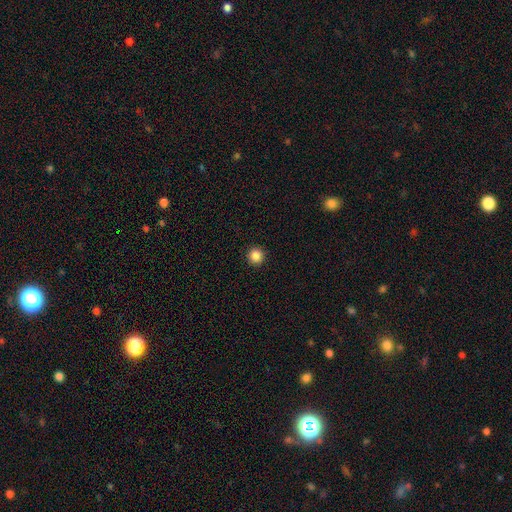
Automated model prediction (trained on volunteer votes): Smooth or featured?
  - smooth: 86% *
  - star or artifact: 11%
  - featured or disk: 4%
How rounded?
  - round: 95% *
  - in between: 4%
  - cigar-shaped: 1%
Merging?
  - none: 93% *
  - minor disturbance: 4%
  - major disturbance: 1%
  - merger: 1%